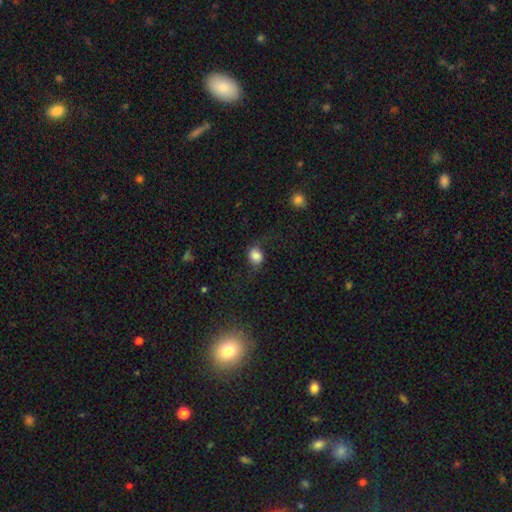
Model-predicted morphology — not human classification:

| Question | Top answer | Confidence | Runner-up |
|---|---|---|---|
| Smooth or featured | smooth | 75% | featured or disk (15%) |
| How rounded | round | 58% | in between (40%) |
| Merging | none | 56% | minor disturbance (23%) |